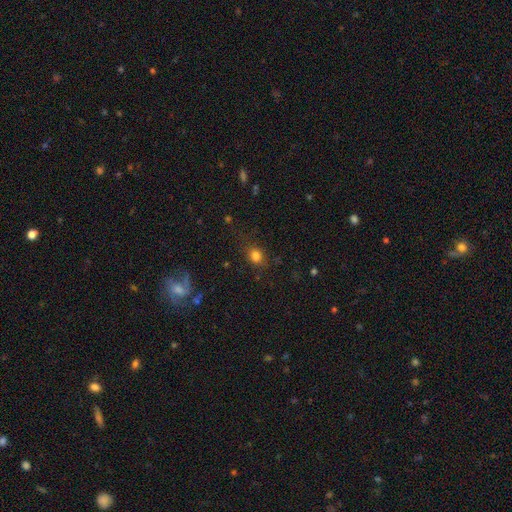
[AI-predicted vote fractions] Morphology: type=smooth (79%); roundness=round (57%); merging=none (75%).